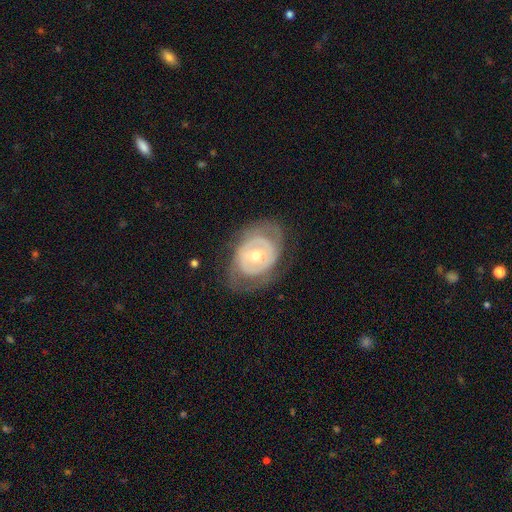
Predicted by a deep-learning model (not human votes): Smooth or featured?
  - featured or disk: 73% *
  - smooth: 21%
  - star or artifact: 6%
Edge-on disk?
  - no: 95% *
  - yes: 5%
Bar?
  - no: 59% *
  - weak: 30%
  - strong: 11%
Spiral arms?
  - yes: 61% *
  - no: 39%
Bulge size?
  - moderate: 55% *
  - small: 40%
  - large: 3%
  - none: 1%
  - dominant: 1%
Merging?
  - none: 64% *
  - minor disturbance: 21%
  - major disturbance: 14%
  - merger: 1%